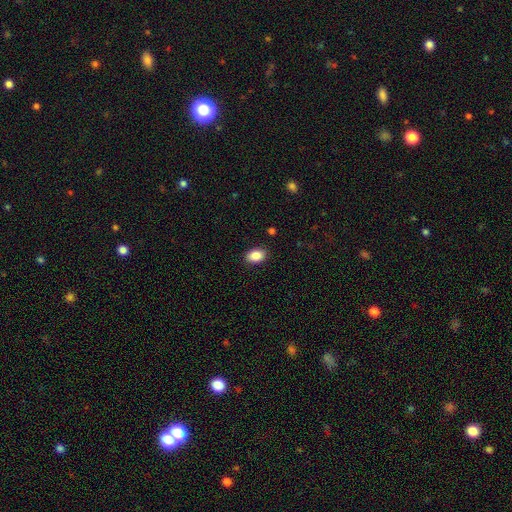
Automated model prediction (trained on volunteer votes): smooth 87%, star or artifact 8%, featured or disk 5%. Down the decision tree: how rounded — in between (85%); merging — none (89%).